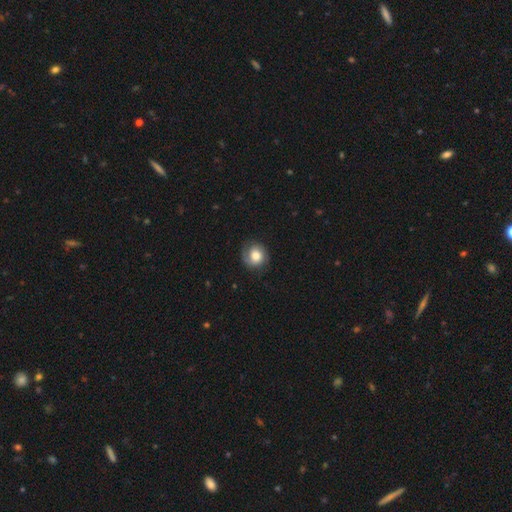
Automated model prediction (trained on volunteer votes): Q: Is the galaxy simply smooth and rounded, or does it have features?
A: smooth — 59%.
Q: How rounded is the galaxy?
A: round — 79%.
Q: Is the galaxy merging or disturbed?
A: none — 72%.